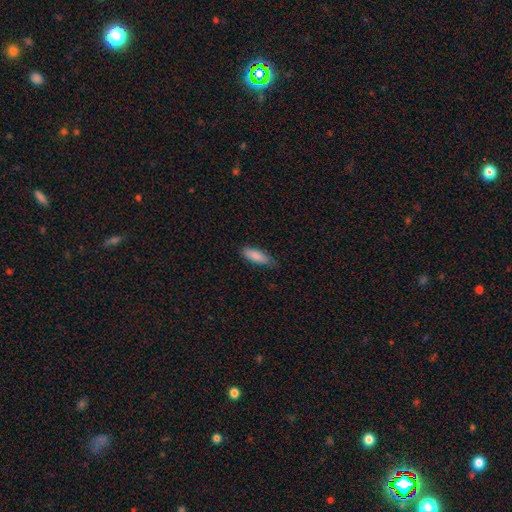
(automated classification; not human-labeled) Q: Smooth or featured?
A: smooth (85%); runner-up: featured or disk (9%)
Q: How rounded?
A: in between (59%); runner-up: cigar-shaped (40%)
Q: Merging?
A: none (77%); runner-up: minor disturbance (19%)